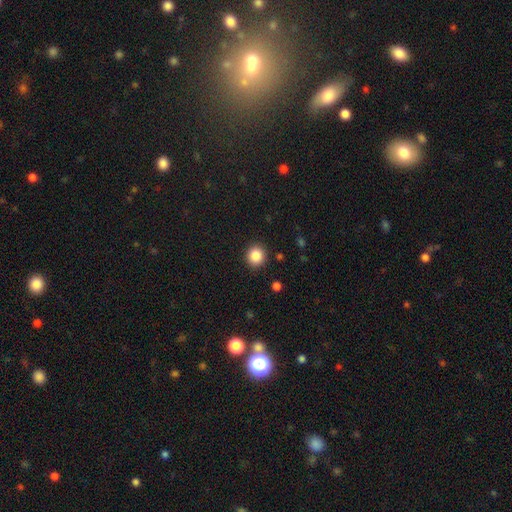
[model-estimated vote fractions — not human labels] Overall: smooth (86%). How rounded: round (90%). Merging: none (91%).